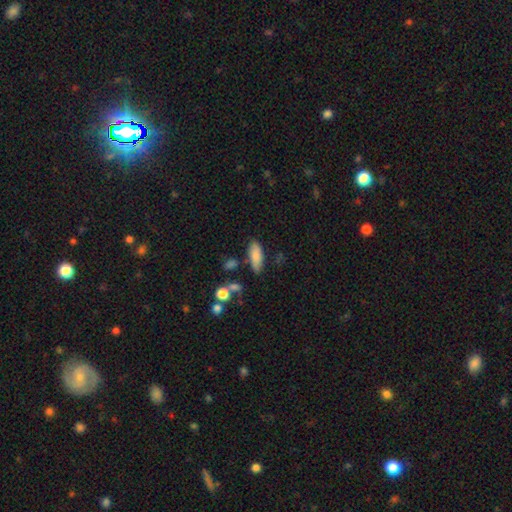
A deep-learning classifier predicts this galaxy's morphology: smooth_or_featured: smooth (p=0.82) [alt: featured or disk p=0.10]
how_rounded: in between (p=0.73) [alt: cigar-shaped p=0.25]
merging: none (p=0.71) [alt: minor disturbance p=0.17]